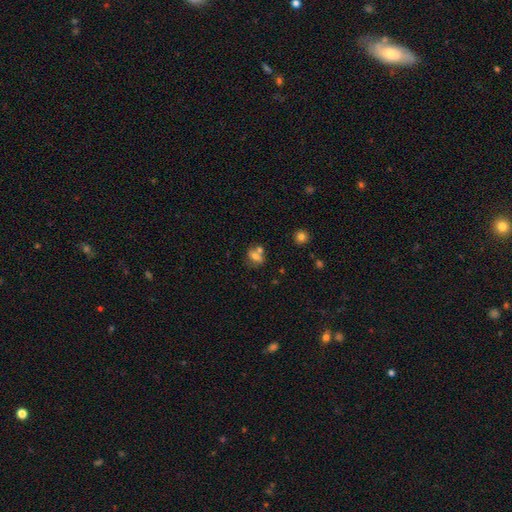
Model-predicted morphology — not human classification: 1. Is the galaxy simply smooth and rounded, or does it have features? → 66% smooth, 21% featured or disk, 13% star or artifact.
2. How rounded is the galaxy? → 50% in between, 46% round, 4% cigar-shaped.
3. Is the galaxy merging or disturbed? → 49% none, 34% merger, 12% minor disturbance, 4% major disturbance.